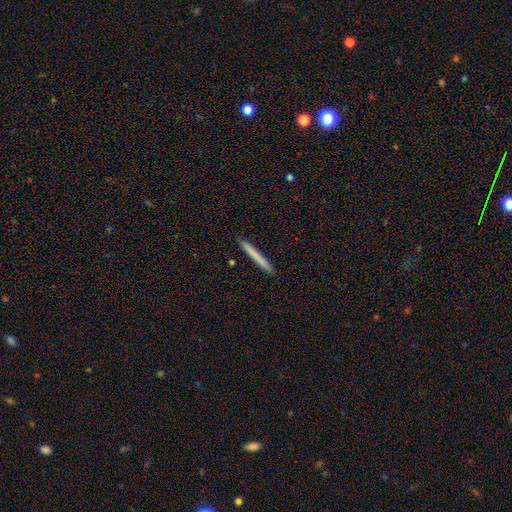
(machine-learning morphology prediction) smooth 74%, featured or disk 20%, star or artifact 6%. Down the decision tree: how rounded — cigar-shaped (97%); merging — none (92%).